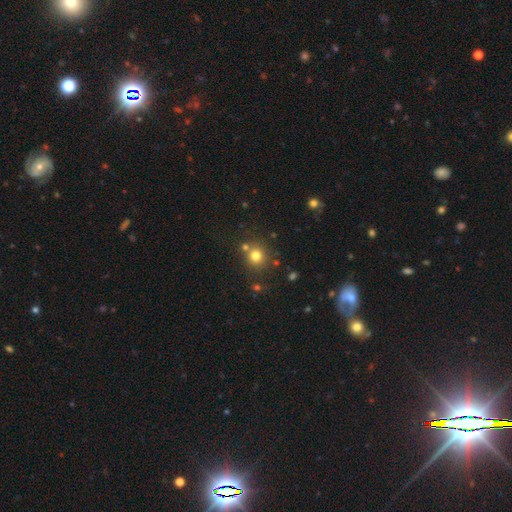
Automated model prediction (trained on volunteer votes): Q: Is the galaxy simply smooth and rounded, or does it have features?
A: smooth — 76%.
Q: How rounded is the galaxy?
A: round — 90%.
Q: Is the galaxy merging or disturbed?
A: none — 73%.